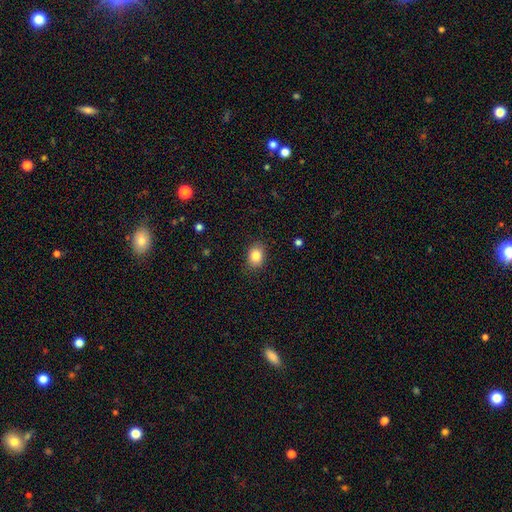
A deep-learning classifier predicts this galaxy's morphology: type=smooth (84%); roundness=in between (62%); merging=none (84%).